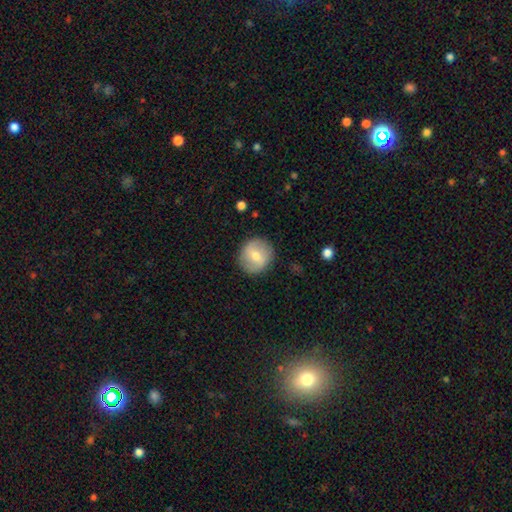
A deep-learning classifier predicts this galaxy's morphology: A smooth galaxy with no disk features (57%) that is round (91%). Merging: none (88%).